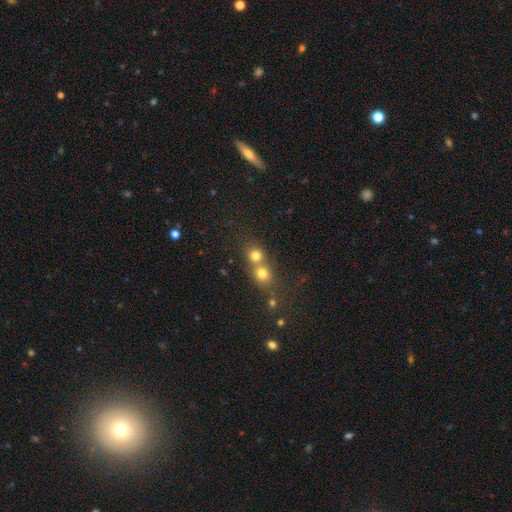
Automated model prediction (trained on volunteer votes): Q: Smooth or featured?
A: smooth (75%); runner-up: star or artifact (16%)
Q: How rounded?
A: round (85%); runner-up: in between (14%)
Q: Merging?
A: merger (53%); runner-up: none (40%)